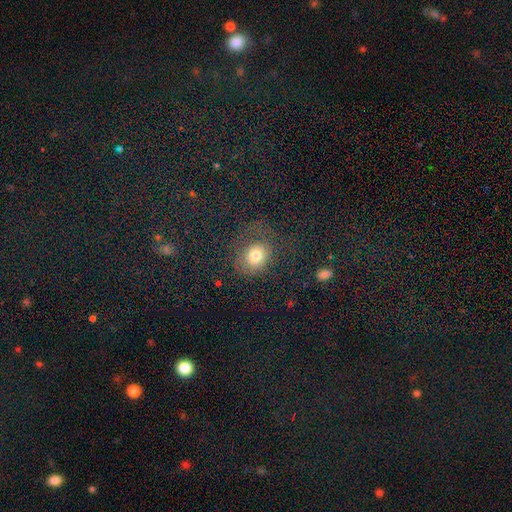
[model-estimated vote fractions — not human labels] Q: Smooth or featured?
A: smooth (74%); runner-up: star or artifact (13%)
Q: How rounded?
A: round (64%); runner-up: in between (35%)
Q: Merging?
A: none (58%); runner-up: major disturbance (21%)